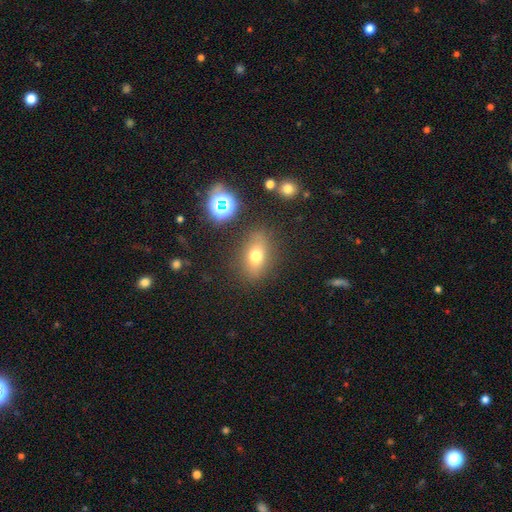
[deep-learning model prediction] smooth-or-featured: smooth: 69% | star or artifact: 16% | featured or disk: 15%
  how-rounded: in between: 76% | round: 19% | cigar-shaped: 5%
  merging: none: 81% | minor disturbance: 12% | major disturbance: 4% | merger: 3%